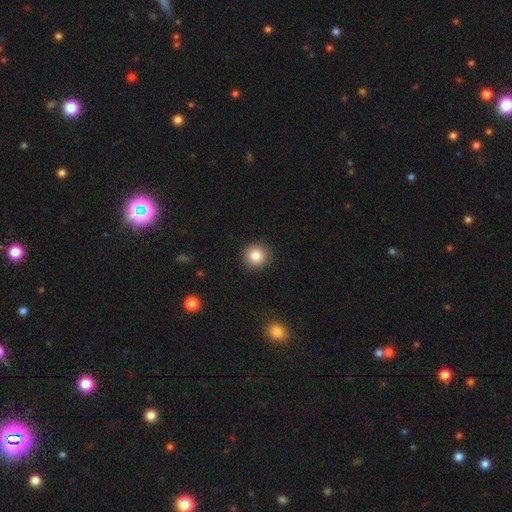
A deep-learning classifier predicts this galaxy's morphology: smooth 85%, star or artifact 9%, featured or disk 6%. Down the decision tree: how rounded — round (93%); merging — none (90%).